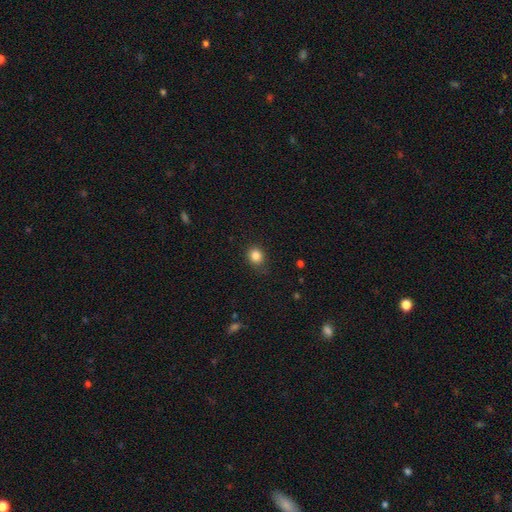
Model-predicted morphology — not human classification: type=smooth (85%); roundness=round (76%); merging=none (81%).